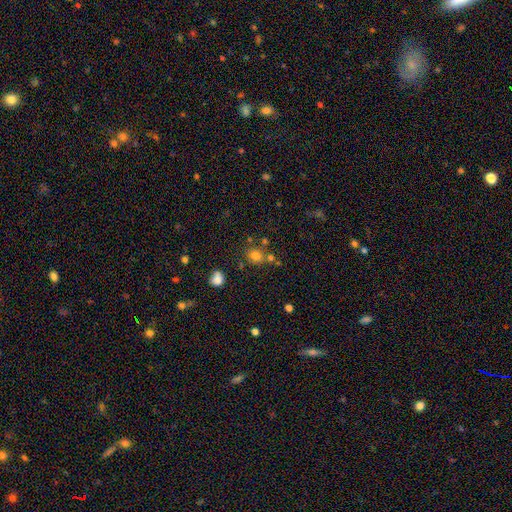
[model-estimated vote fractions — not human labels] The model was most divided on "merging": none: 66%, merger: 18%, minor disturbance: 12%, major disturbance: 4%. More confident: smooth or featured — smooth (75%); how rounded — round (73%).